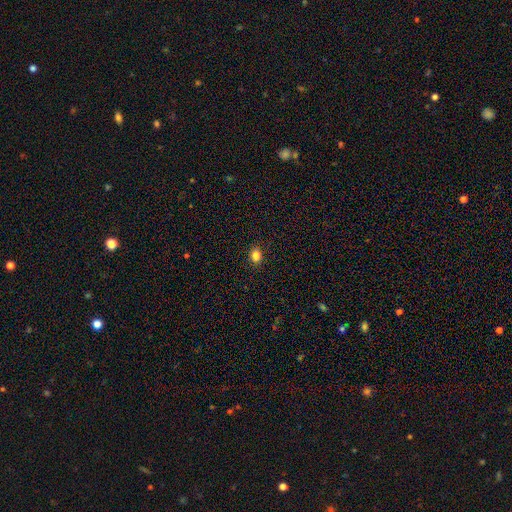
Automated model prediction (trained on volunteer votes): A smooth galaxy with no disk features (85%) that is in between round and cigar-shaped (52%). Merging: none (90%).